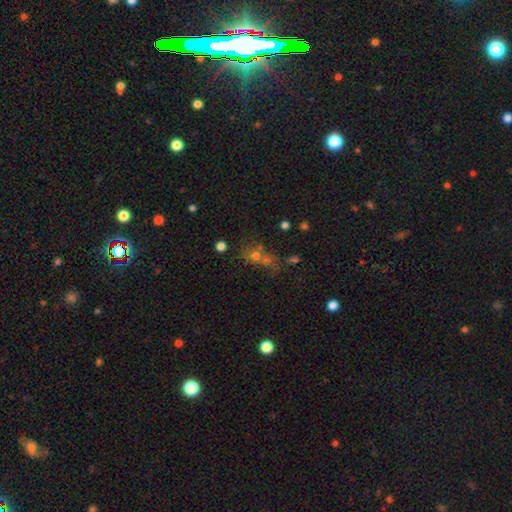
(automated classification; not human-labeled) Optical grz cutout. It shows a smooth galaxy with no disk features (58%) that is round (70%). Merging: merger (47%).